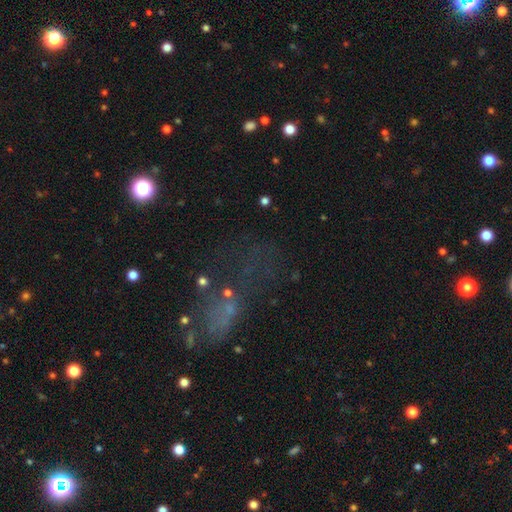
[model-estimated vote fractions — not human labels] A star or artifact, not a galaxy (46%).

Vote fractions:
- Smooth or featured? star or artifact: 46% / smooth: 30% / featured or disk: 24%